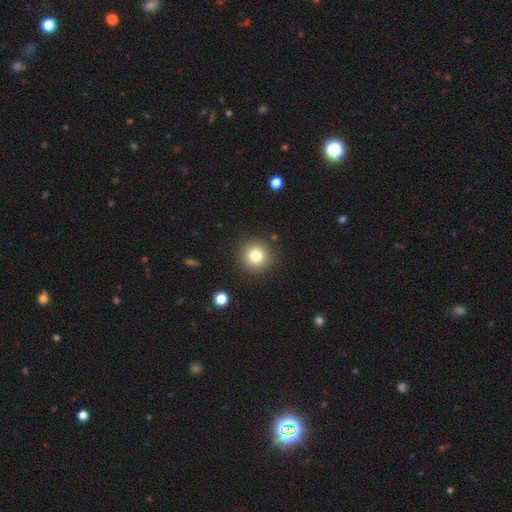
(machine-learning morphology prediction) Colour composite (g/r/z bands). It shows a smooth galaxy with no disk features (79%) that is round (95%). Merging: none (90%).